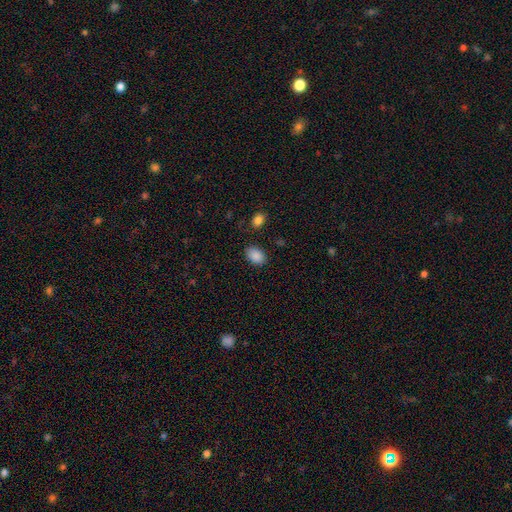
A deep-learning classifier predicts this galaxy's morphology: Smooth or featured? smooth (89%)
How rounded? in between (82%)
Merging? none (83%)